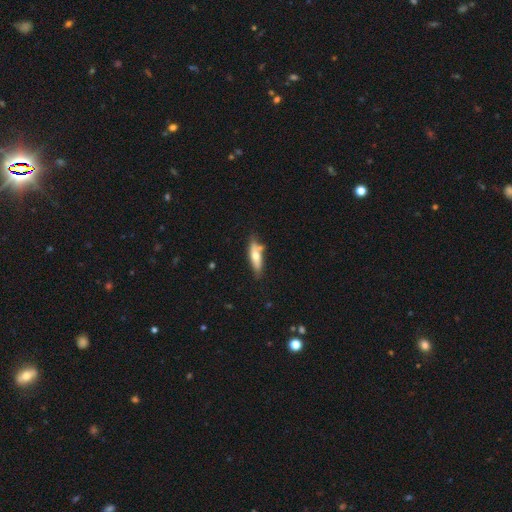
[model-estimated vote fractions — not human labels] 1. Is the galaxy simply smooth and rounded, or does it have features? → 54% smooth, 40% featured or disk, 6% star or artifact.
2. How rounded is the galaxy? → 59% cigar-shaped, 39% in between, 2% round.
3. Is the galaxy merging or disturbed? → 66% none, 19% minor disturbance, 12% merger, 4% major disturbance.